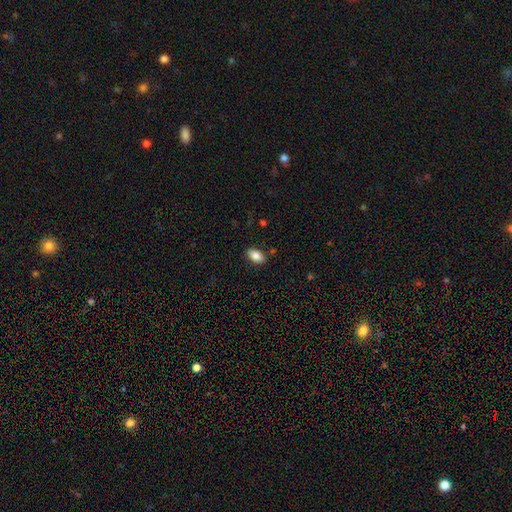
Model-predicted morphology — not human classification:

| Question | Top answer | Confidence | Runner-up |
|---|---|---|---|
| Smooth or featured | smooth | 82% | featured or disk (10%) |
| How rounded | in between | 91% | round (6%) |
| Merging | none | 86% | minor disturbance (10%) |